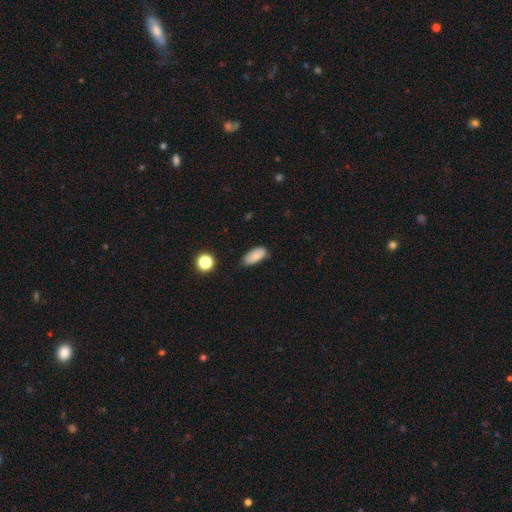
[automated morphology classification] This appears to be a smooth galaxy with no disk features (83%) that is in between round and cigar-shaped (90%). Merging: none (77%).